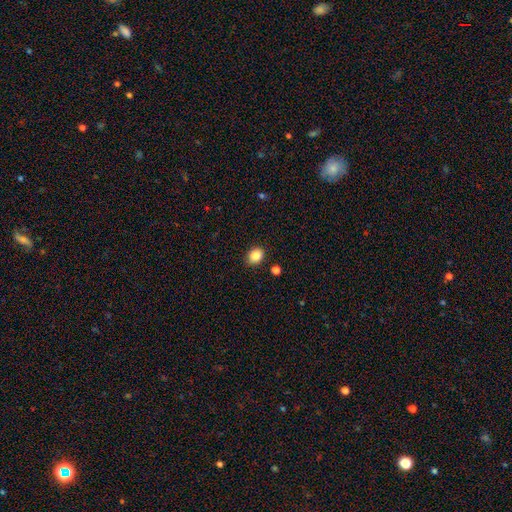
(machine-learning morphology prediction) smooth 86%, star or artifact 10%, featured or disk 5%. Down the decision tree: how rounded — in between (50%); merging — none (87%).